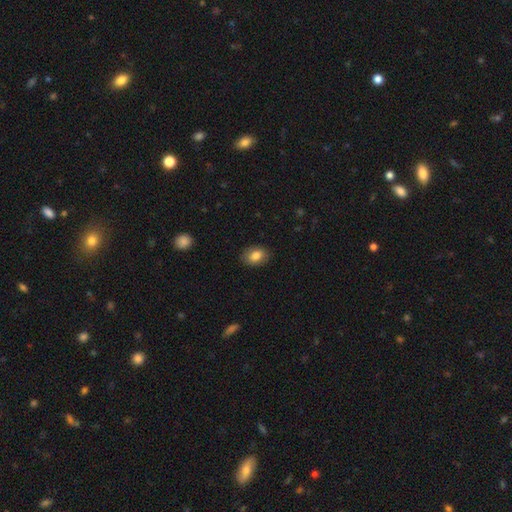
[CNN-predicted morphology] Overall: smooth (84%). How rounded: in between (81%). Merging: none (85%).